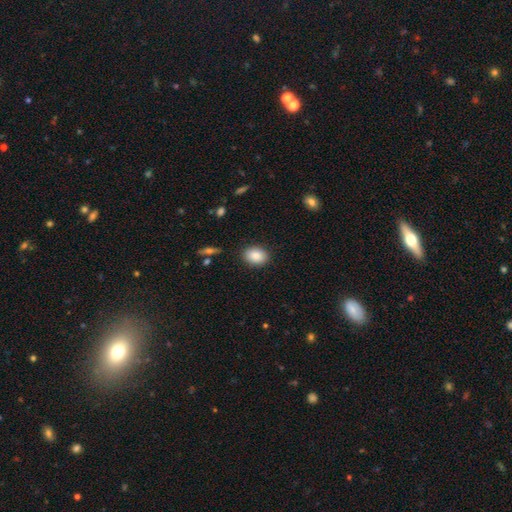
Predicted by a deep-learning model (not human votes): smooth_or_featured: smooth (p=0.87) [alt: star or artifact p=0.08]
how_rounded: in between (p=0.73) [alt: round p=0.25]
merging: none (p=0.87) [alt: minor disturbance p=0.09]